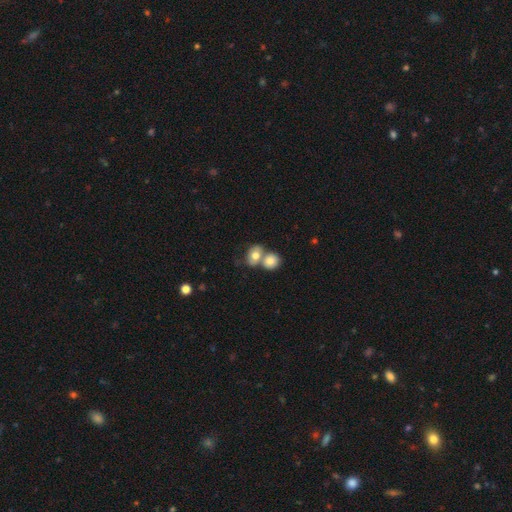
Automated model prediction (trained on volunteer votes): Morphology: type=smooth (76%); roundness=in between (52%); merging=merger (57%).